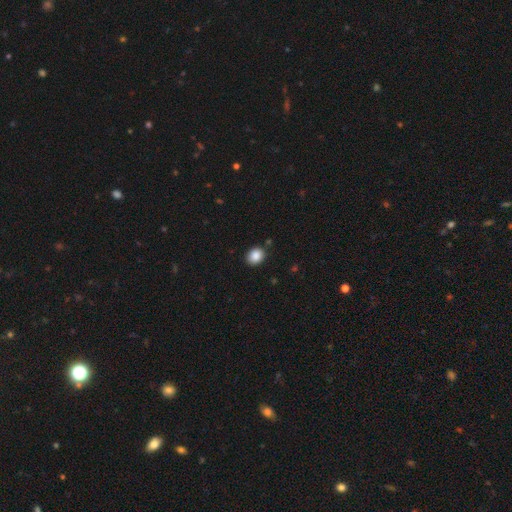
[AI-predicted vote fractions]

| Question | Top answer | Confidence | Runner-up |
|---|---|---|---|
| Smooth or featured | smooth | 88% | star or artifact (9%) |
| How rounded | round | 50% | in between (49%) |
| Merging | none | 86% | minor disturbance (10%) |